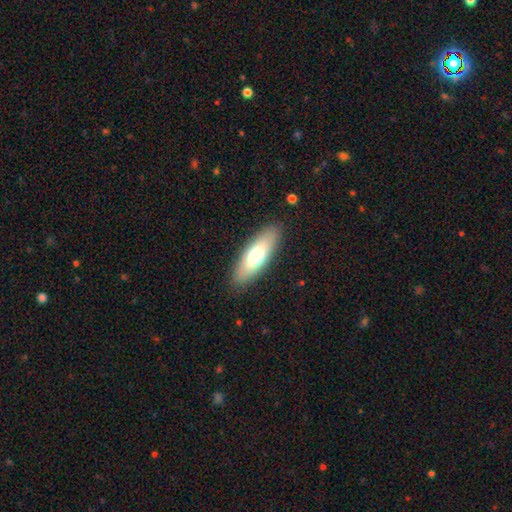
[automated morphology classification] Q: Smooth or featured?
A: smooth (67%); runner-up: featured or disk (27%)
Q: How rounded?
A: in between (61%); runner-up: cigar-shaped (37%)
Q: Merging?
A: none (88%); runner-up: minor disturbance (8%)